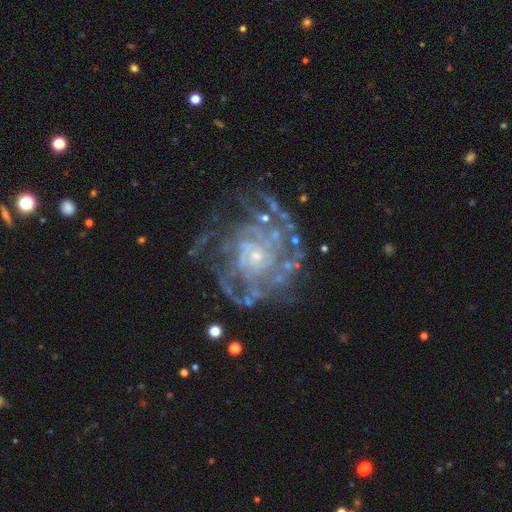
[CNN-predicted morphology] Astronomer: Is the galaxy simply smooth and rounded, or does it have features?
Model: featured or disk — 87%.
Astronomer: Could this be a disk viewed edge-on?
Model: no — 98%.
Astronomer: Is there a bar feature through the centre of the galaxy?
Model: no — 79%.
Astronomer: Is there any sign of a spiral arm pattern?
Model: yes — 92%.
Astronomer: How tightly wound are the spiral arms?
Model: tight — 66%.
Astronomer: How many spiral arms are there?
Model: can't tell — 35% (runner-up: 4, 16%).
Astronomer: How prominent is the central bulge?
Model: small — 77%.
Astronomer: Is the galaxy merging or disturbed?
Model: none — 64%.